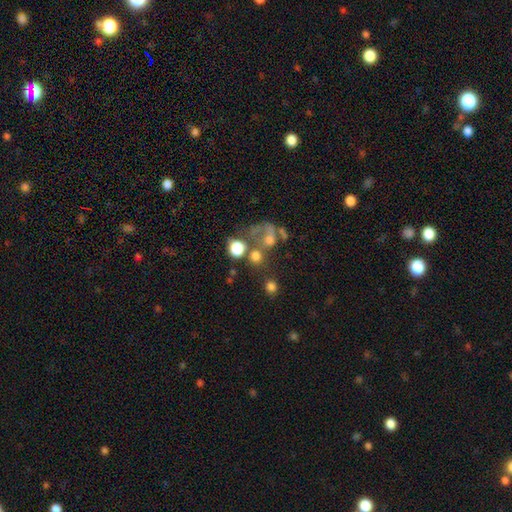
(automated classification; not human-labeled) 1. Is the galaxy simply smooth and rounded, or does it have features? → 65% smooth, 19% star or artifact, 16% featured or disk.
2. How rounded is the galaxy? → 83% round, 15% in between, 1% cigar-shaped.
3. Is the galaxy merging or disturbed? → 47% none, 31% merger, 13% major disturbance, 9% minor disturbance.